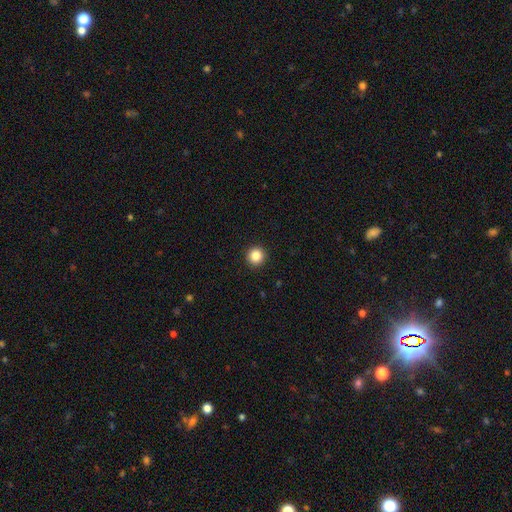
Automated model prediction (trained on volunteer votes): The model was most divided on "smooth or featured": smooth: 86%, star or artifact: 10%, featured or disk: 4%. More confident: how rounded — round (96%); merging — none (94%).